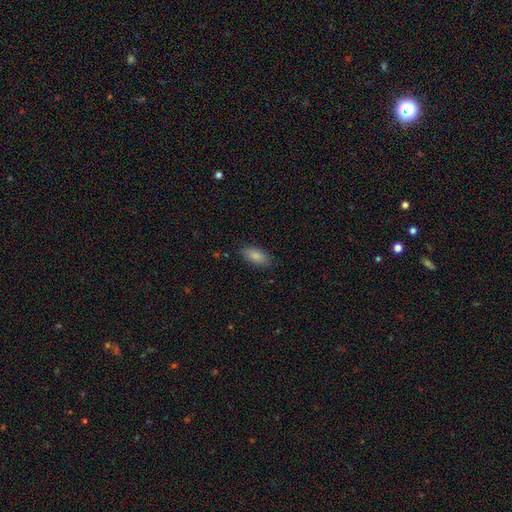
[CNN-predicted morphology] The model was most divided on "merging": none: 85%, minor disturbance: 11%, major disturbance: 3%, merger: 1%. More confident: how rounded — in between (90%); smooth or featured — smooth (86%).